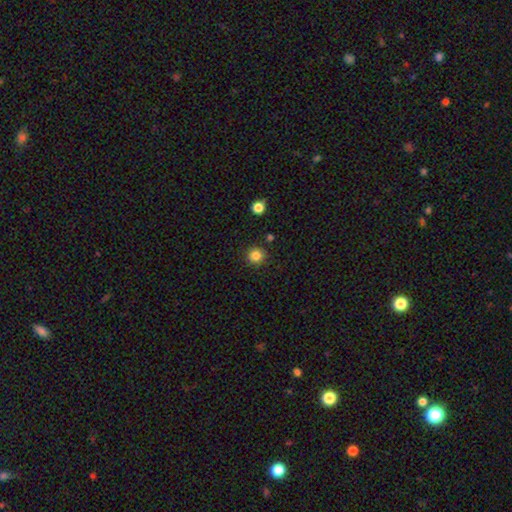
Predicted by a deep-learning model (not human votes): The model was most divided on "smooth or featured": smooth: 83%, star or artifact: 12%, featured or disk: 5%. More confident: how rounded — round (93%); merging — none (89%).